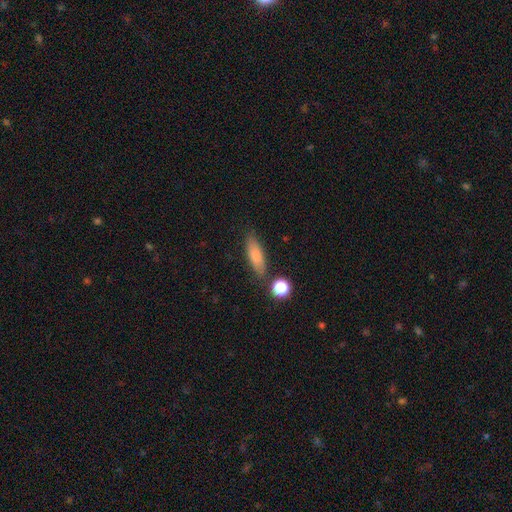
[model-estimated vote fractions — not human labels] This appears to be a smooth galaxy with no disk features (79%) that is in between round and cigar-shaped (49%). Merging: none (79%).